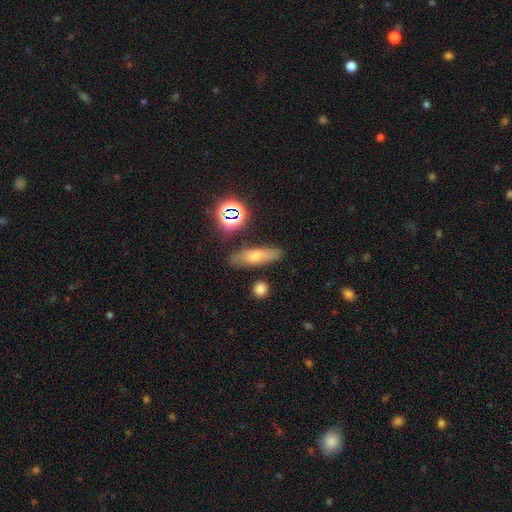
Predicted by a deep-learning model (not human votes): This appears to be a smooth galaxy with no disk features (65%) that is cigar-shaped (56%). Merging: none (77%).